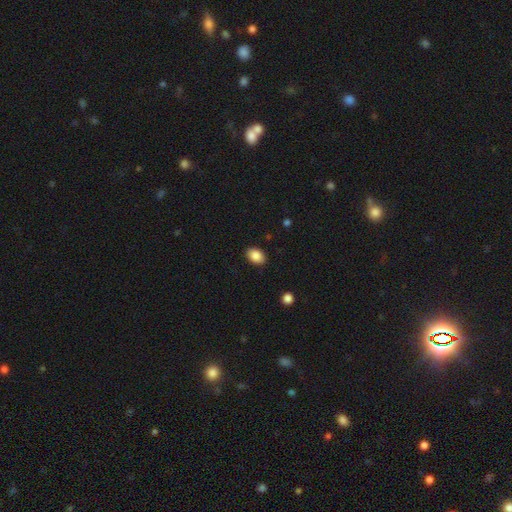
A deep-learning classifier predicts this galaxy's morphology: A smooth galaxy with no disk features (88%) that is in between round and cigar-shaped (79%).

Vote fractions:
- Smooth or featured? smooth: 88% / star or artifact: 8% / featured or disk: 4%
- How rounded? in between: 79% / round: 20% / cigar-shaped: 1%
- Merging? none: 89% / minor disturbance: 8% / major disturbance: 2% / merger: 1%